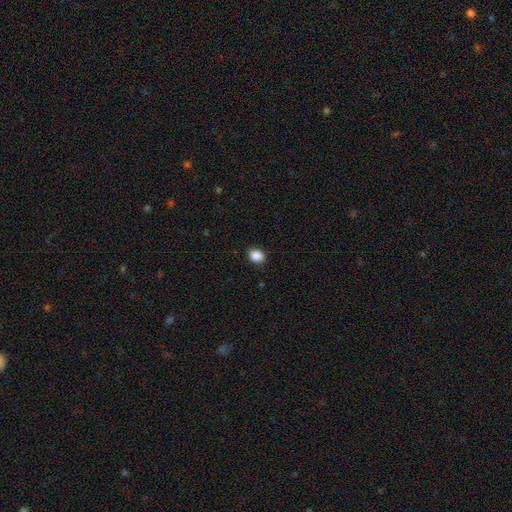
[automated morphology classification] Smooth or featured?
  - smooth: 88% *
  - star or artifact: 9%
  - featured or disk: 3%
How rounded?
  - round: 59% *
  - in between: 40%
  - cigar-shaped: 1%
Merging?
  - none: 90% *
  - minor disturbance: 8%
  - major disturbance: 2%
  - merger: 1%